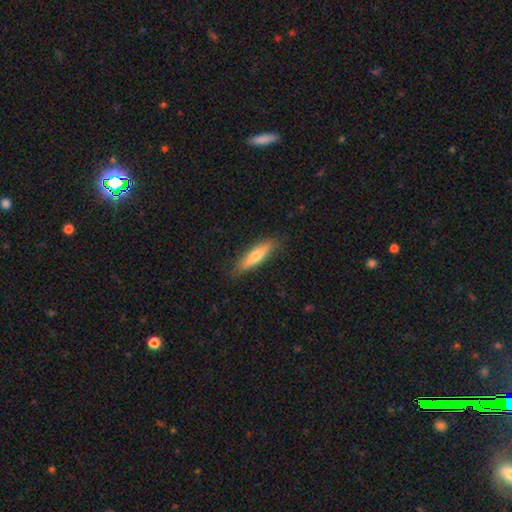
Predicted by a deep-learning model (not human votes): Smooth or featured: smooth — 64% (featured or disk — 30%)
How rounded: cigar-shaped — 74% (in between — 24%)
Merging: none — 86% (minor disturbance — 11%)